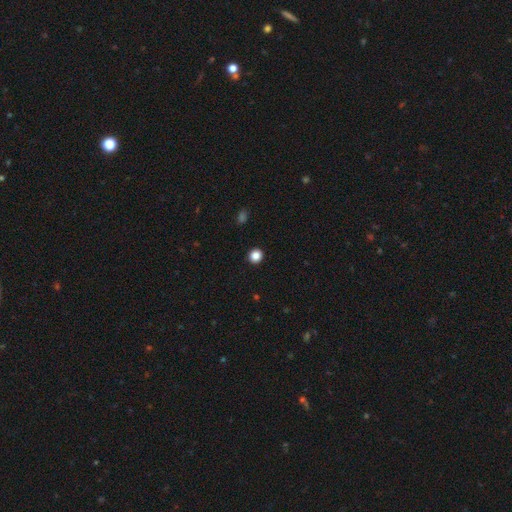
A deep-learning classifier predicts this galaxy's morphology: Smooth or featured?
  - smooth: 86% *
  - star or artifact: 11%
  - featured or disk: 3%
How rounded?
  - round: 92% *
  - in between: 7%
  - cigar-shaped: 1%
Merging?
  - none: 93% *
  - minor disturbance: 4%
  - major disturbance: 2%
  - merger: 1%